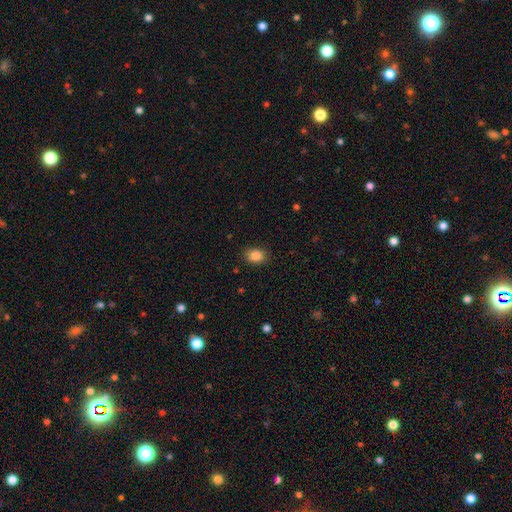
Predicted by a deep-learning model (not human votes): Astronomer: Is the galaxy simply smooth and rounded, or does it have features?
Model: smooth — 86%.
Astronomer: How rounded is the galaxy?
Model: in between — 60% (runner-up: round, 39%).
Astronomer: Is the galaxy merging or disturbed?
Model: none — 87%.